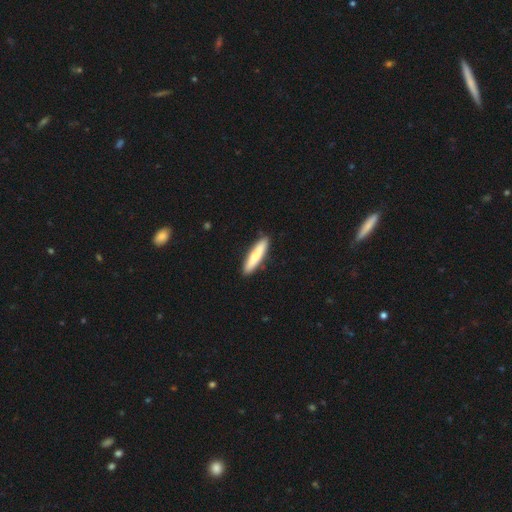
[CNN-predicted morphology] smooth_or_featured: smooth (p=0.73) [alt: featured or disk p=0.22]
how_rounded: cigar-shaped (p=0.84) [alt: in between p=0.15]
merging: none (p=0.89) [alt: minor disturbance p=0.08]